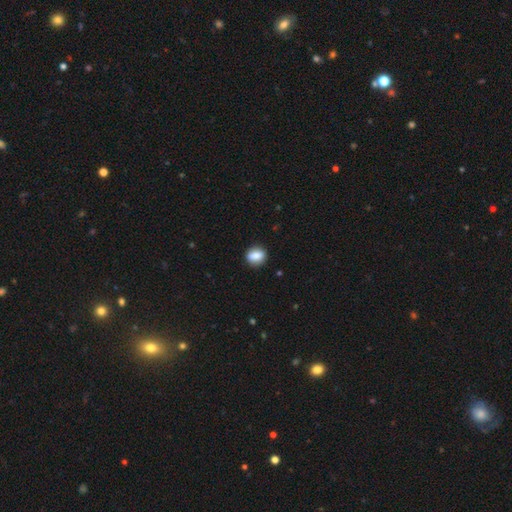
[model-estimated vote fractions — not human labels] smooth 82%, featured or disk 10%, star or artifact 8%. Down the decision tree: how rounded — in between (53%); merging — none (87%).